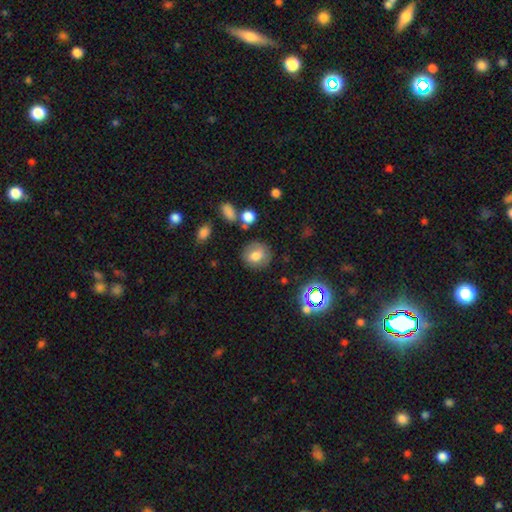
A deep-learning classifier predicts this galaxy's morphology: Smooth or featured?
  - smooth: 72% *
  - featured or disk: 15%
  - star or artifact: 12%
How rounded?
  - round: 76% *
  - in between: 23%
  - cigar-shaped: 1%
Merging?
  - none: 80% *
  - minor disturbance: 13%
  - major disturbance: 4%
  - merger: 3%